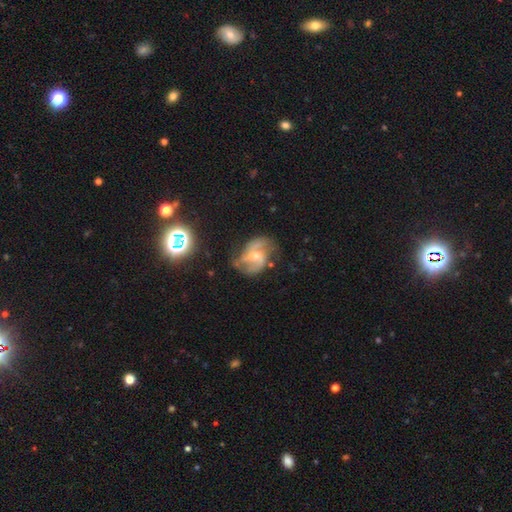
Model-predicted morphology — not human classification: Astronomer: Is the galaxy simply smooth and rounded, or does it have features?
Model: featured or disk — 78%.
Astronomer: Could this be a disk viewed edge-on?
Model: no — 97%.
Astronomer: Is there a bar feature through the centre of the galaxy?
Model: weak — 44% (runner-up: no, 39%).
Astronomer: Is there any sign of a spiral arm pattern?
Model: yes — 90%.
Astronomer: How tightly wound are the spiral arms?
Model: medium — 44% (runner-up: loose, 42%).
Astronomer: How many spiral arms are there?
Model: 2 — 76%.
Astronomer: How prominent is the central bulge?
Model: moderate — 52% (runner-up: small, 43%).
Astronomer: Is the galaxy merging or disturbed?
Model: none — 56%.